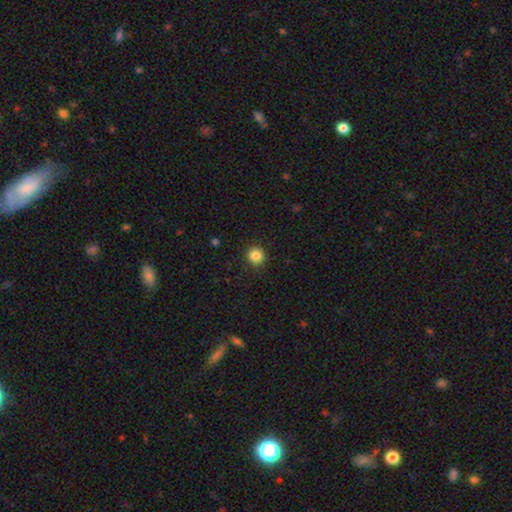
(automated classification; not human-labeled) Morphology: type=smooth (86%); roundness=round (92%); merging=none (91%).